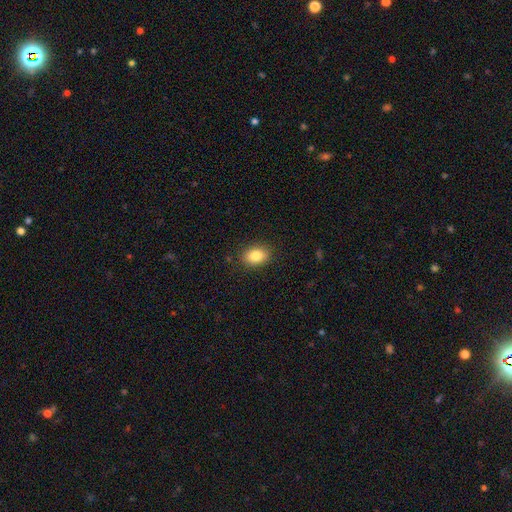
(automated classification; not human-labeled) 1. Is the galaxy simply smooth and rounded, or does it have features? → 85% smooth, 8% star or artifact, 6% featured or disk.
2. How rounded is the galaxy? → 81% in between, 17% round, 1% cigar-shaped.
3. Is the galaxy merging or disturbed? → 88% none, 9% minor disturbance, 2% major disturbance, 1% merger.